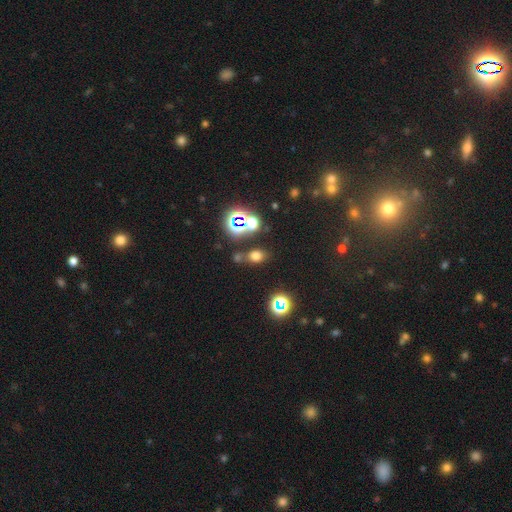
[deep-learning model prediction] smooth 66%, star or artifact 26%, featured or disk 8%. Down the decision tree: how rounded — in between (55%); merging — none (70%).